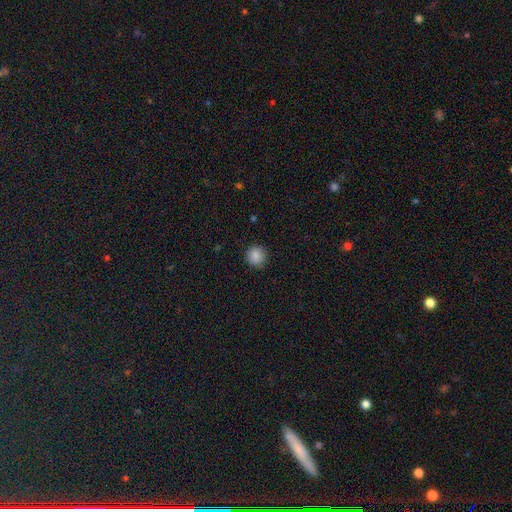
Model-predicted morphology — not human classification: A smooth galaxy with no disk features (87%) that is round (94%). Merging: none (89%).